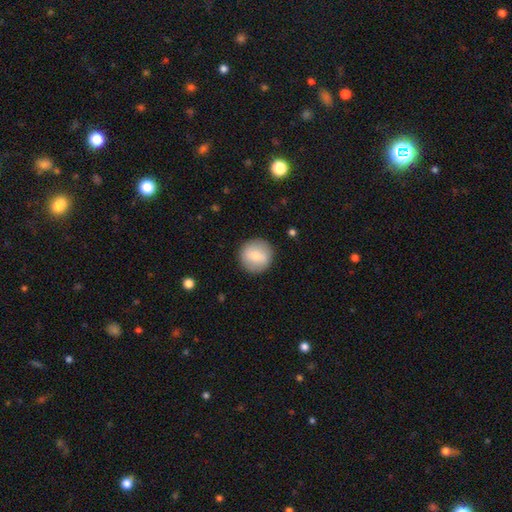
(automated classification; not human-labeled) Smooth or featured? Predicted: smooth (p=0.73). How rounded? Predicted: round (p=0.94). Merging? Predicted: none (p=0.91).